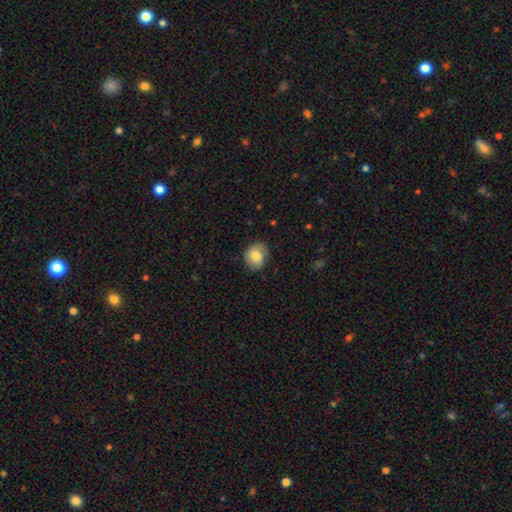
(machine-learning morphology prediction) The model was most divided on "how rounded": round: 56%, in between: 43%, cigar-shaped: 1%. More confident: smooth or featured — smooth (76%); merging — none (72%).